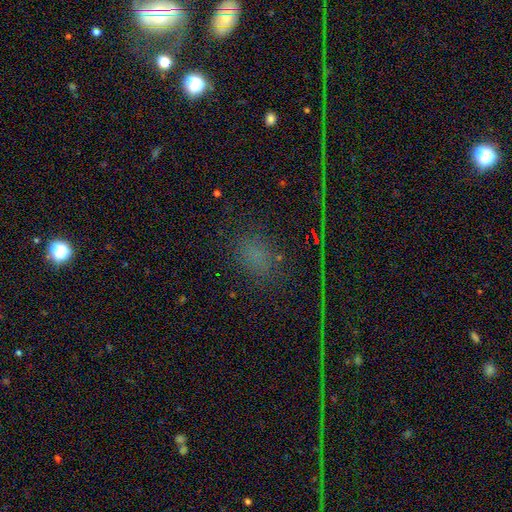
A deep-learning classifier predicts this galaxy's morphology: Smooth or featured? Predicted: smooth (p=0.49). Merging? Predicted: none (p=0.78).